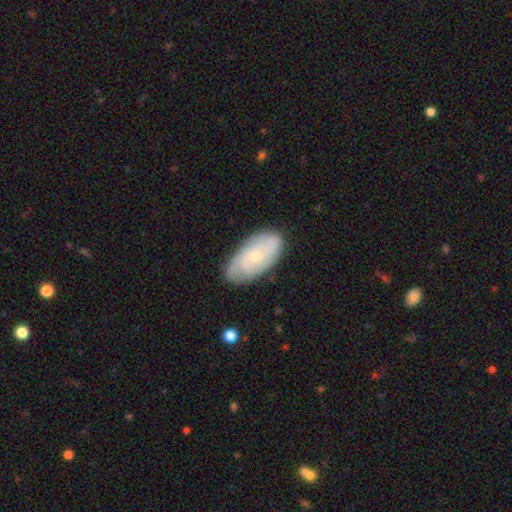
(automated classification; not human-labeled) Smooth or featured? Predicted: featured or disk (p=0.63). Edge-on disk? Predicted: no (p=0.94). Bar? Predicted: no (p=0.72). Spiral arms? Predicted: yes (p=0.89). Spiral winding? Predicted: tight (p=0.55). Spiral arm count? Predicted: can't tell (p=0.38). Bulge size? Predicted: small (p=0.70). Merging? Predicted: none (p=0.77).